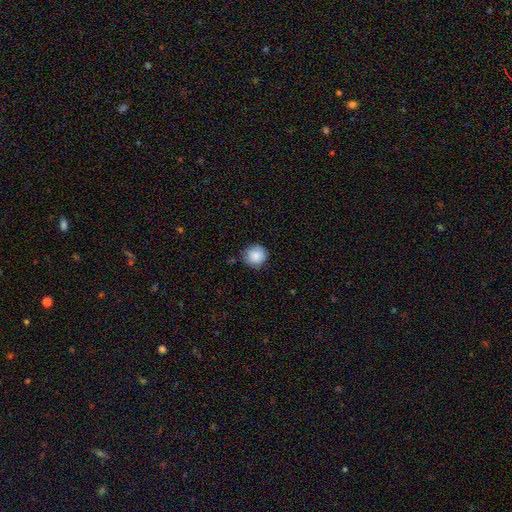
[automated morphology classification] This is clearly a smooth galaxy (87%). How rounded: clearly round (93%). Merging: clearly none (85%).